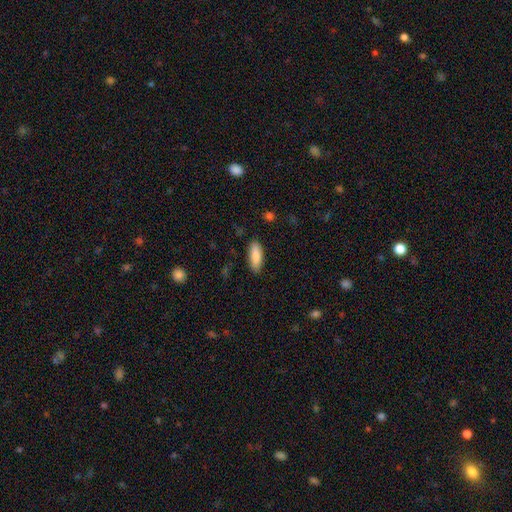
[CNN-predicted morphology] type=smooth (88%); roundness=in between (76%); merging=none (87%).